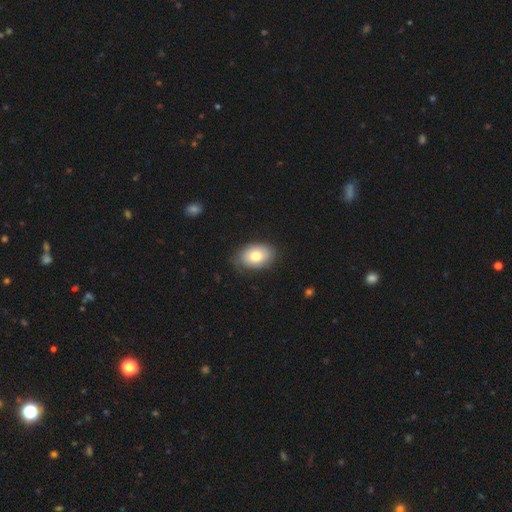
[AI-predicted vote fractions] This is likely a smooth galaxy (75%). How rounded: clearly in between (85%). Merging: likely none (77%).